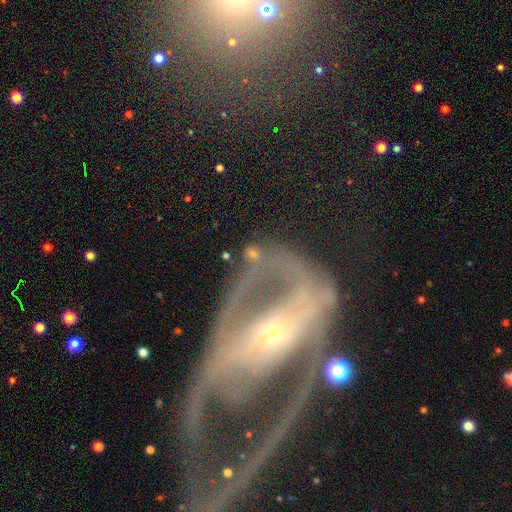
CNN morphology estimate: Smooth or featured? featured or disk (60%)
Edge-on disk? no (88%)
Bar? no (37%)
Spiral arms? yes (69%)
Bulge size? small (53%)
Merging? none (60%)